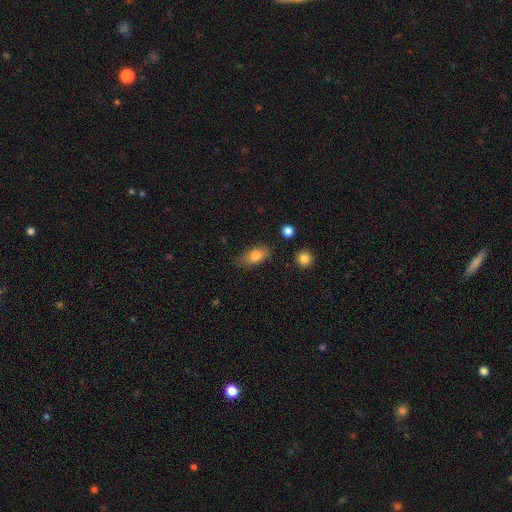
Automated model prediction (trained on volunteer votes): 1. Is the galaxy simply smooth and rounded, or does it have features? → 79% smooth, 13% featured or disk, 8% star or artifact.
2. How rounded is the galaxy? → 84% in between, 10% cigar-shaped, 6% round.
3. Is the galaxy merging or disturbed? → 80% none, 14% minor disturbance, 3% major disturbance, 2% merger.